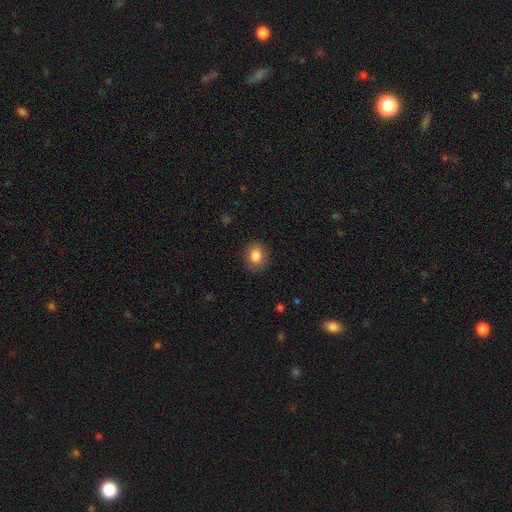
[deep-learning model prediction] A smooth galaxy with no disk features (83%) that is round (55%). Merging: none (85%).